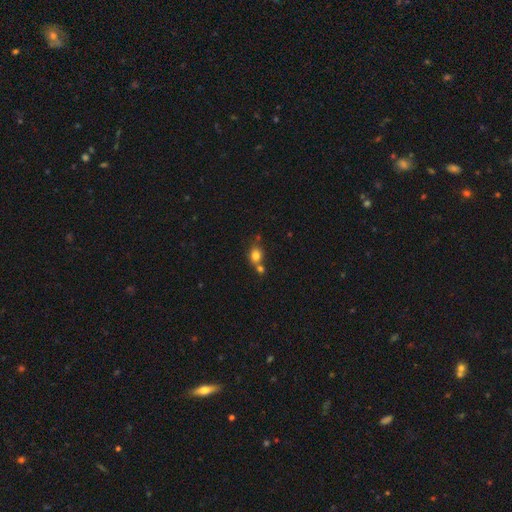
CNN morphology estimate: smooth 80%, star or artifact 12%, featured or disk 9%. Down the decision tree: how rounded — round (62%); merging — none (52%).